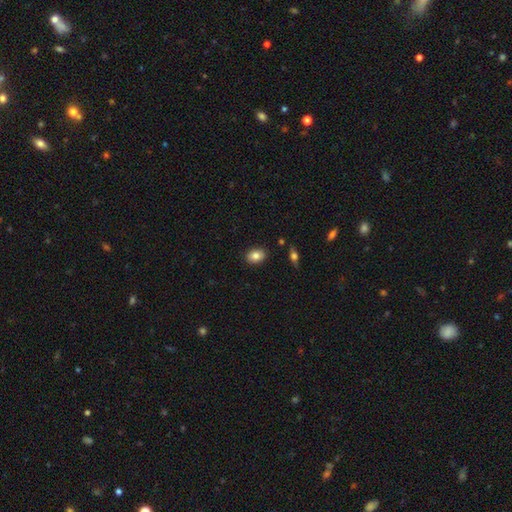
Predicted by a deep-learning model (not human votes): Smooth or featured: smooth — 84% (featured or disk — 8%)
How rounded: in between — 76% (round — 22%)
Merging: none — 88% (minor disturbance — 8%)